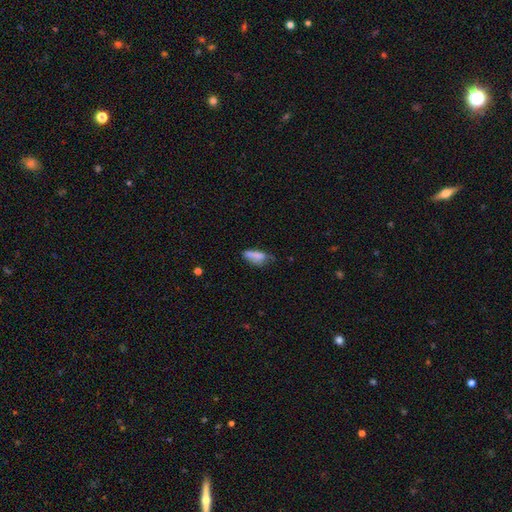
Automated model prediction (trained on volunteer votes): Overall: smooth (75%). How rounded: in between (61%; cigar-shaped 36%). Merging: none (41%; minor disturbance 36%).